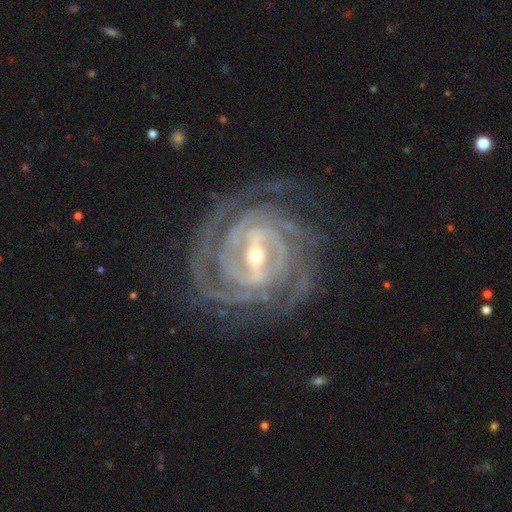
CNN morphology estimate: Overall: featured or disk (93%). Edge-on disk: no (96%). Bar: strong (69%). Spiral arms: yes (98%). Spiral arm count: 4 (26%; 3 25%). Spiral winding: tight (80%). Bulge size: small (53%; moderate 43%). Merging: none (78%).